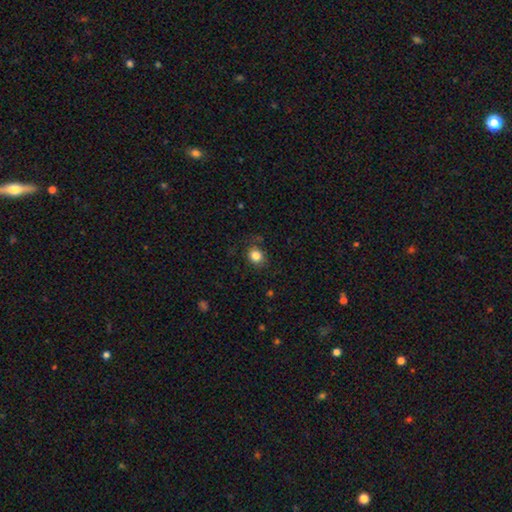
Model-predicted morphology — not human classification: Q: Smooth or featured?
A: smooth (83%); runner-up: star or artifact (11%)
Q: How rounded?
A: round (74%); runner-up: in between (25%)
Q: Merging?
A: none (81%); runner-up: minor disturbance (14%)